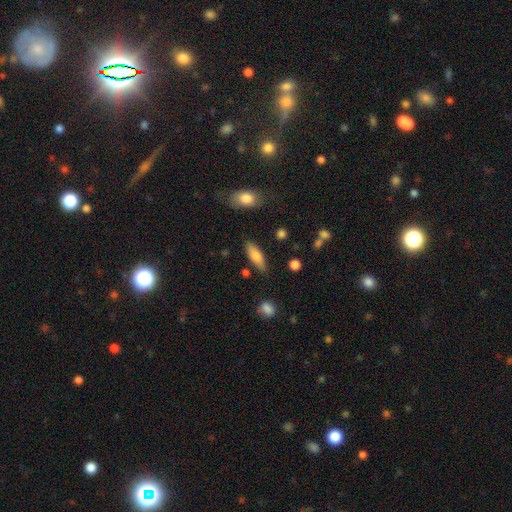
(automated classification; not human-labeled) Smooth or featured?
  - smooth: 73% *
  - featured or disk: 20%
  - star or artifact: 7%
How rounded?
  - in between: 58% *
  - cigar-shaped: 40%
  - round: 2%
Merging?
  - none: 80% *
  - minor disturbance: 13%
  - merger: 4%
  - major disturbance: 3%